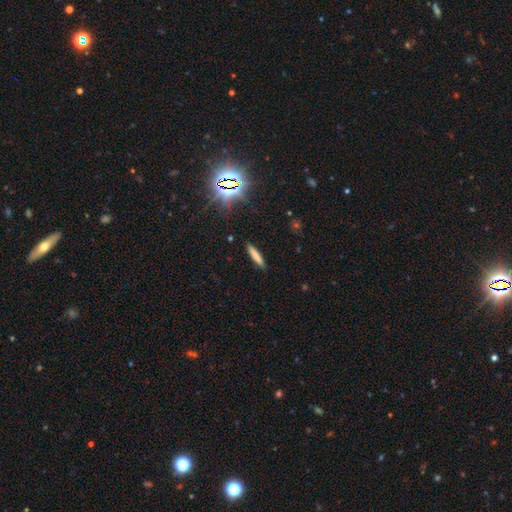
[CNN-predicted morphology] smooth-or-featured: smooth: 77% | star or artifact: 12% | featured or disk: 12%
  how-rounded: cigar-shaped: 88% | in between: 10% | round: 1%
  merging: none: 89% | minor disturbance: 8% | major disturbance: 2% | merger: 1%